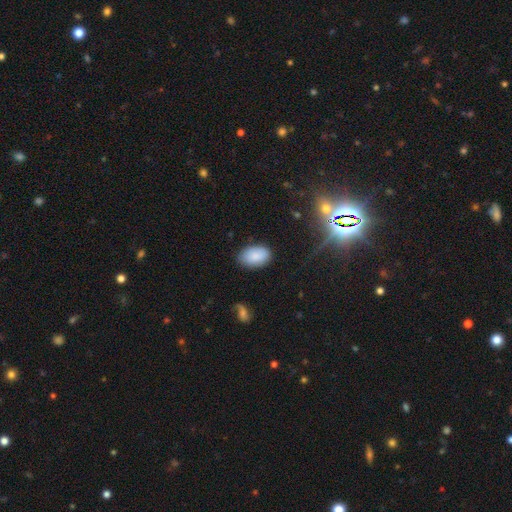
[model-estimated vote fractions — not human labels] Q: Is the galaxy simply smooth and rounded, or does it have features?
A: smooth — 86%.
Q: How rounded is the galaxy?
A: in between — 92%.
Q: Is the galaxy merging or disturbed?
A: none — 80%.